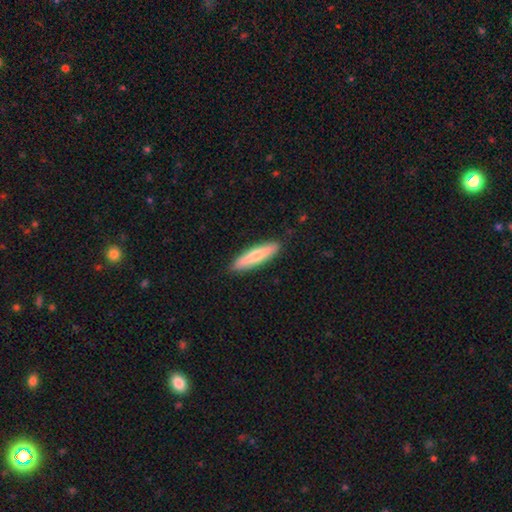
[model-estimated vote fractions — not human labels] A smooth galaxy with no disk features (69%) that is cigar-shaped (81%).

Vote fractions:
- Smooth or featured? smooth: 69% / featured or disk: 26% / star or artifact: 5%
- How rounded? cigar-shaped: 81% / in between: 17% / round: 1%
- Merging? none: 89% / minor disturbance: 8% / major disturbance: 2% / merger: 1%